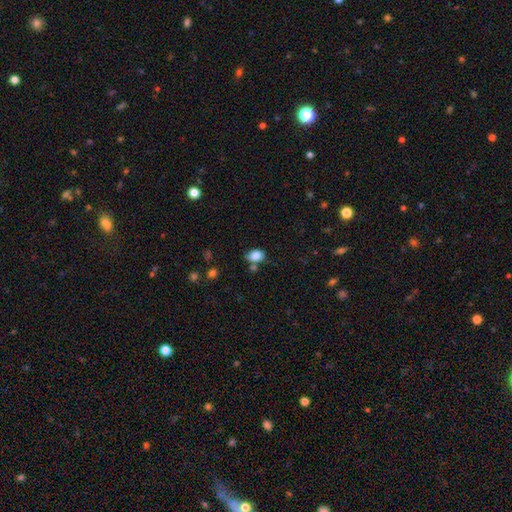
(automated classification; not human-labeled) Overall: smooth (85%). How rounded: in between (77%). Merging: none (56%; minor disturbance 22%).